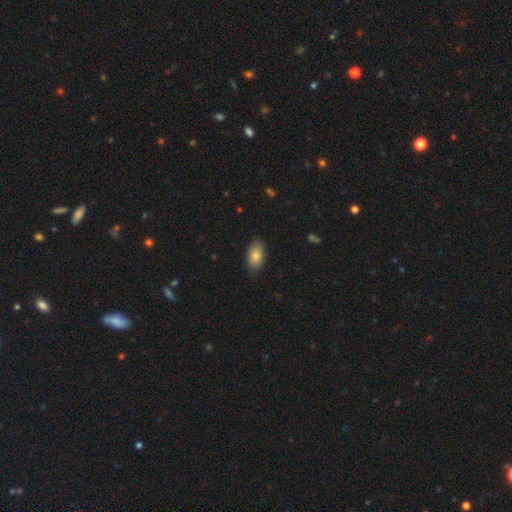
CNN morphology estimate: This appears to be a smooth galaxy with no disk features (82%) that is in between round and cigar-shaped (93%). Merging: none (83%).